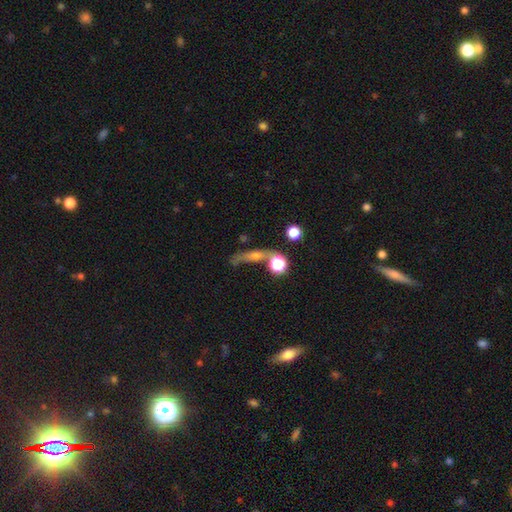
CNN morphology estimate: Smooth or featured? Predicted: smooth (p=0.42). Merging? Predicted: none (p=0.46).